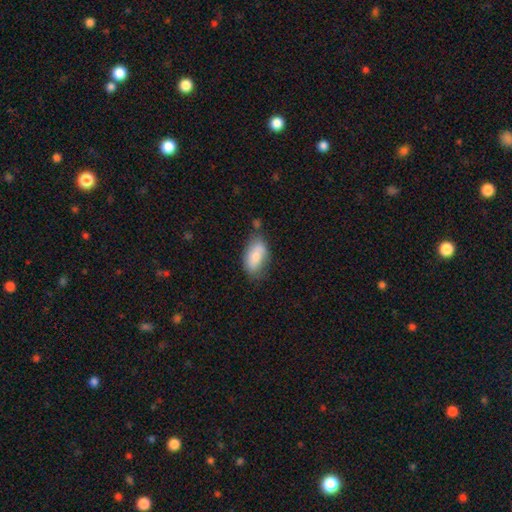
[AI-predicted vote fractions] Q: Smooth or featured?
A: smooth (77%); runner-up: featured or disk (17%)
Q: How rounded?
A: in between (92%); runner-up: cigar-shaped (5%)
Q: Merging?
A: none (61%); runner-up: minor disturbance (26%)